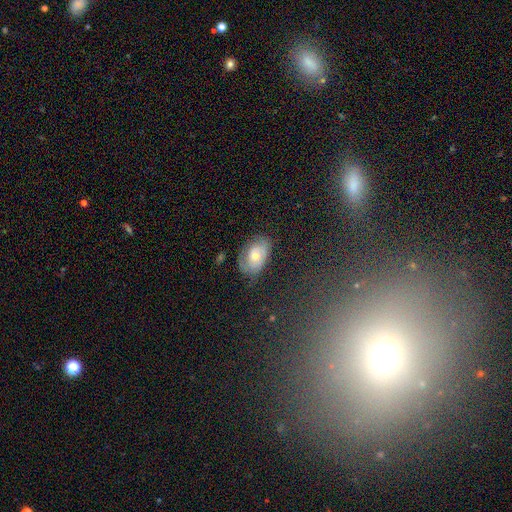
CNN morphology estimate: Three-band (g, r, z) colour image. It shows a smooth galaxy with no disk features (48%). Merging: none (63%).